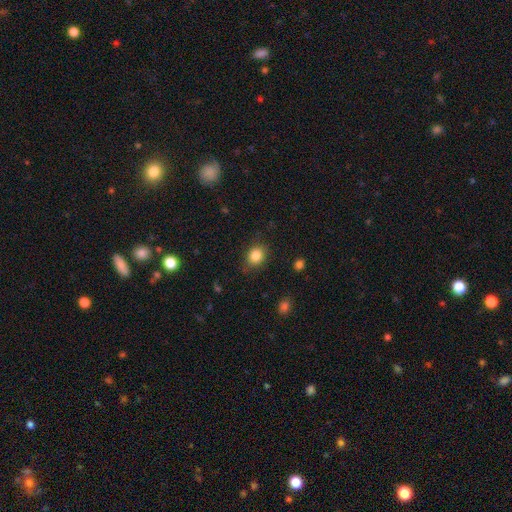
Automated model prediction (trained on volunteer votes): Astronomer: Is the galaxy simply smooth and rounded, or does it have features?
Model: smooth — 84%.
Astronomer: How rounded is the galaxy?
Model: round — 57% (runner-up: in between, 42%).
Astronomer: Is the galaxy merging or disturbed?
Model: none — 81%.